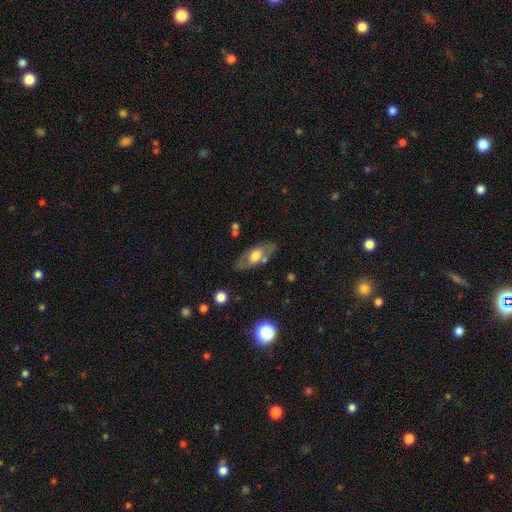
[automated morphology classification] A featured or disk galaxy (50%).

Vote fractions:
- Smooth or featured? featured or disk: 50% / smooth: 44% / star or artifact: 6%
- Merging? none: 73% / minor disturbance: 16% / major disturbance: 6% / merger: 5%